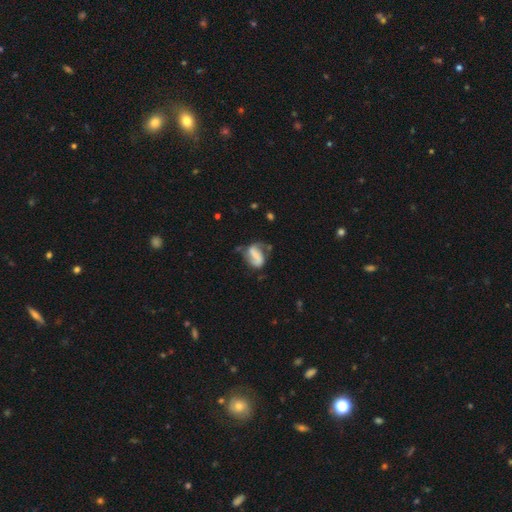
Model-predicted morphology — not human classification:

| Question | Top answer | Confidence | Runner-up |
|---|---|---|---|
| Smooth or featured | featured or disk | 65% | smooth (26%) |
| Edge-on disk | no | 97% | yes (3%) |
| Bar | strong | 44% | weak (31%) |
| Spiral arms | yes | 83% | no (17%) |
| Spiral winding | loose | 45% | medium (37%) |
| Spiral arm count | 2 | 79% | 1 (11%) |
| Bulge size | none | 44% | small (32%) |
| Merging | none | 48% | minor disturbance (26%) |